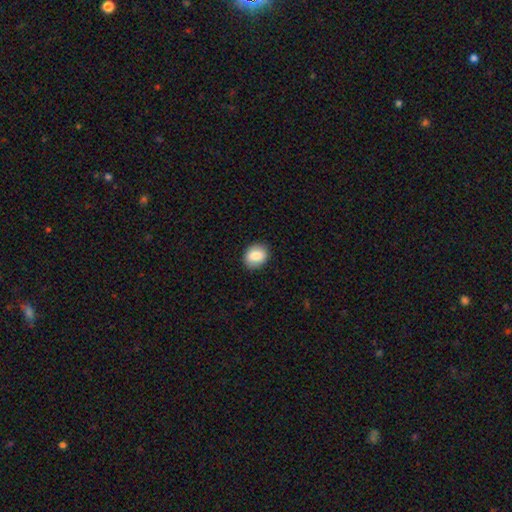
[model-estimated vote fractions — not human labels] smooth-or-featured: smooth: 86% | star or artifact: 8% | featured or disk: 6%
  how-rounded: in between: 53% | round: 46% | cigar-shaped: 1%
  merging: none: 88% | minor disturbance: 9% | major disturbance: 2% | merger: 1%